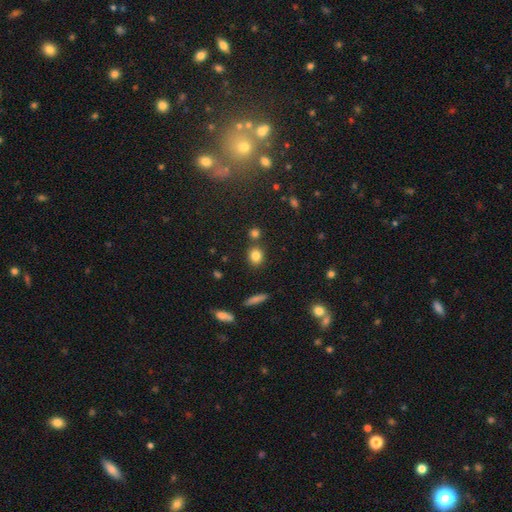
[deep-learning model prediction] Smooth or featured? smooth (81%)
How rounded? round (70%)
Merging? none (76%)